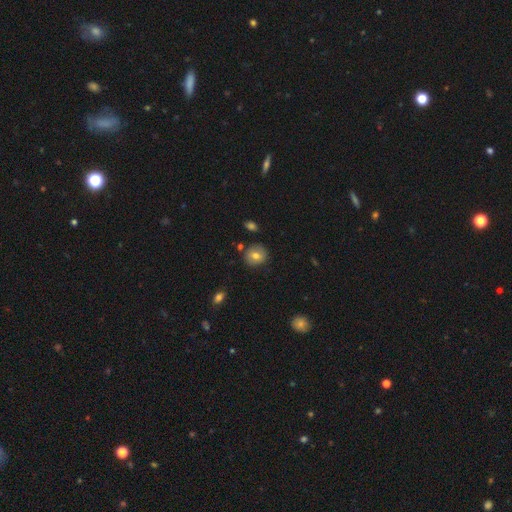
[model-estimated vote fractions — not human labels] Overall: smooth (71%). How rounded: round (85%). Merging: none (84%).